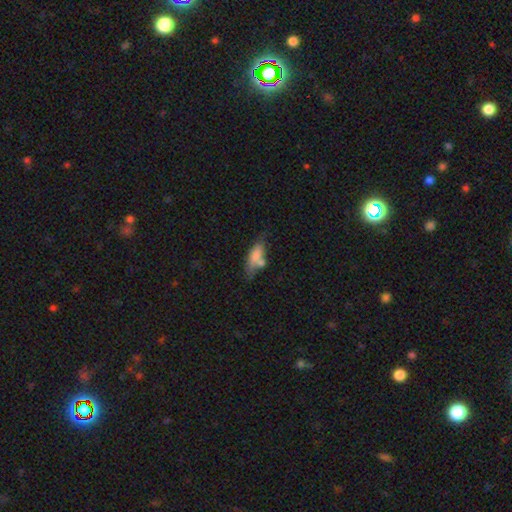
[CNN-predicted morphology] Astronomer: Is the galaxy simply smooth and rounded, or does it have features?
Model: smooth — 74%.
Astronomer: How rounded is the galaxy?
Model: in between — 68%.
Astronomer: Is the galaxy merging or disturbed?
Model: none — 48%.